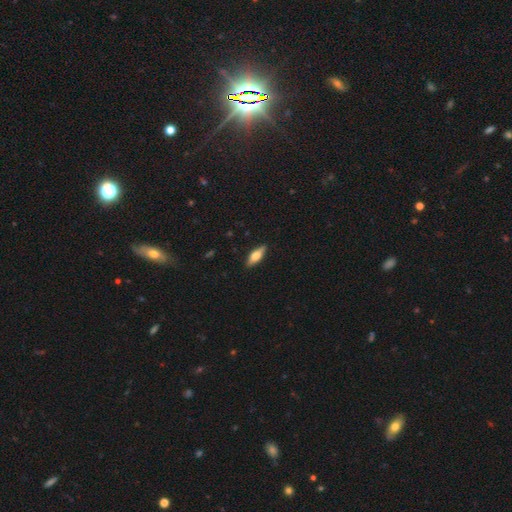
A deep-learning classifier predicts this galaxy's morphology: This appears to be a smooth galaxy with no disk features (58%) that is in between round and cigar-shaped (61%). Merging: none (88%).